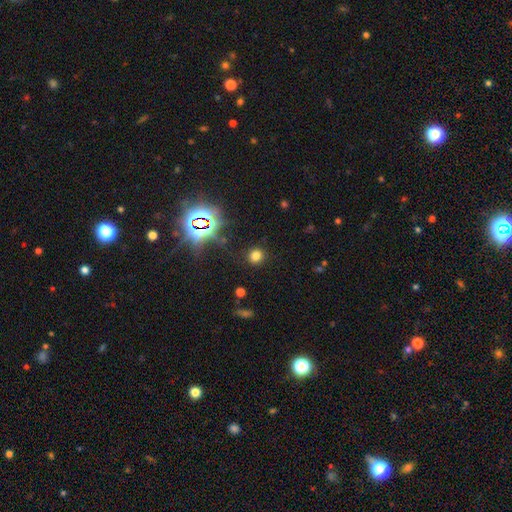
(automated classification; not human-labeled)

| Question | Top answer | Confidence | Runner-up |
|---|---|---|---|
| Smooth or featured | smooth | 69% | star or artifact (25%) |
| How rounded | round | 87% | in between (12%) |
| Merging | none | 88% | minor disturbance (7%) |